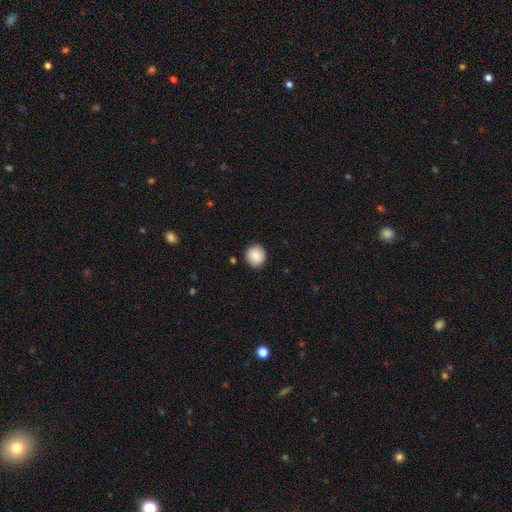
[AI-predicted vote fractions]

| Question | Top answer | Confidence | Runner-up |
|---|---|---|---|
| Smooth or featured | smooth | 86% | star or artifact (8%) |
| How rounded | round | 90% | in between (9%) |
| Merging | none | 89% | minor disturbance (8%) |